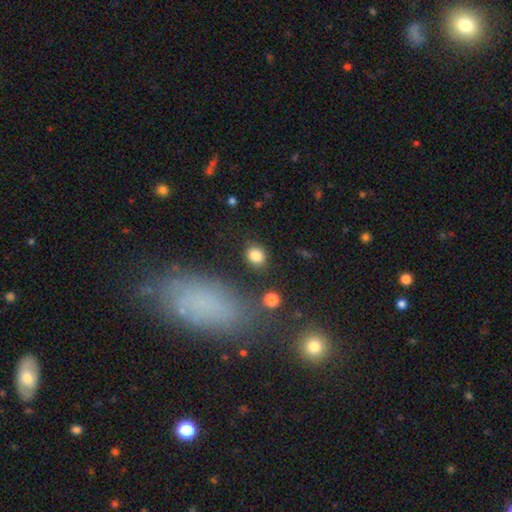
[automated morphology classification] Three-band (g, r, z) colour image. It shows a smooth galaxy with no disk features (84%) that is round (62%). Merging: none (82%).